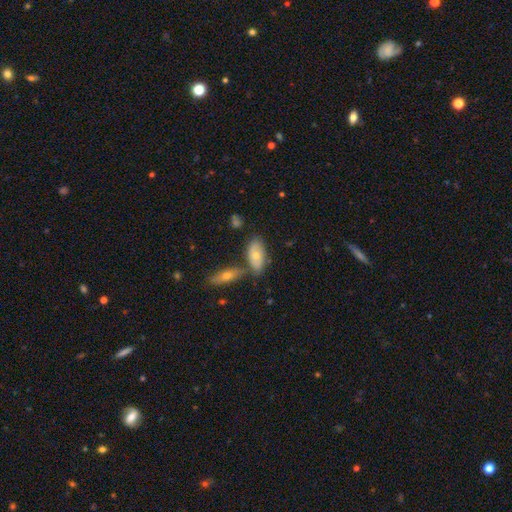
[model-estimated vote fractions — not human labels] Smooth or featured: smooth — 63% (featured or disk — 30%)
How rounded: in between — 88% (cigar-shaped — 8%)
Merging: none — 54% (merger — 26%)